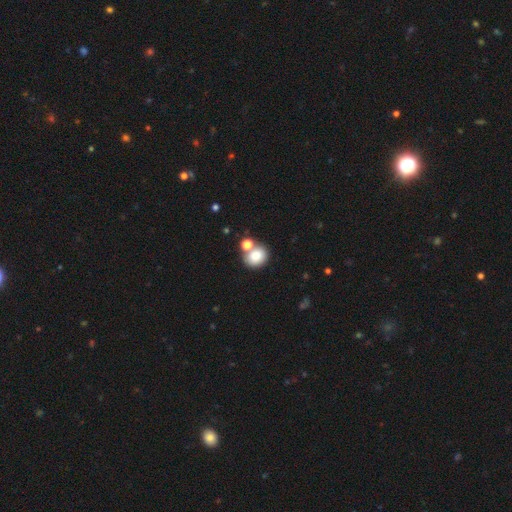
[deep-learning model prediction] The model was most divided on "merging": none: 54%, merger: 32%, minor disturbance: 10%, major disturbance: 4%. More confident: smooth or featured — smooth (82%); how rounded — round (68%).